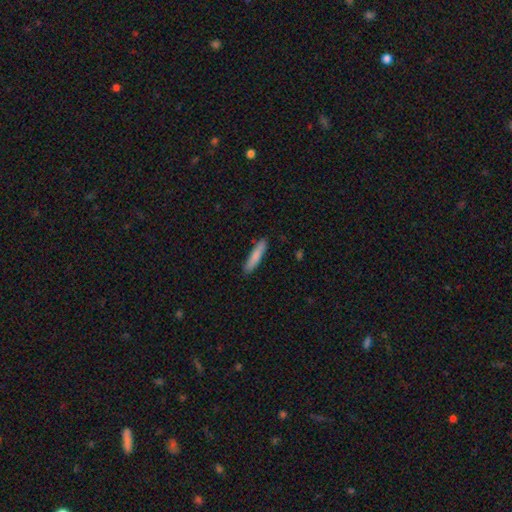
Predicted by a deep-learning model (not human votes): smooth 83%, featured or disk 11%, star or artifact 6%. Down the decision tree: how rounded — cigar-shaped (88%); merging — none (87%).